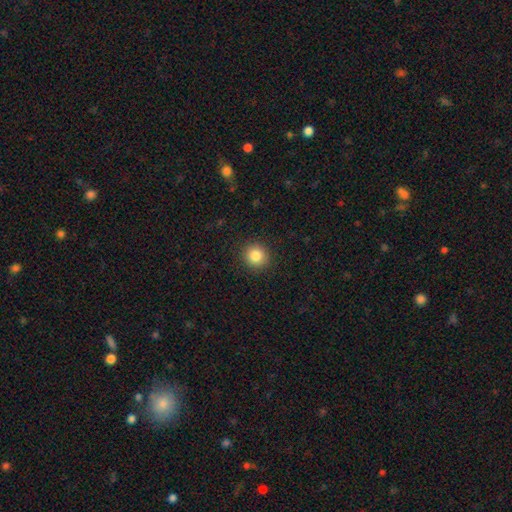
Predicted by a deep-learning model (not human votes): smooth_or_featured: smooth (p=0.85) [alt: star or artifact p=0.10]
how_rounded: round (p=0.91) [alt: in between p=0.08]
merging: none (p=0.91) [alt: minor disturbance p=0.06]